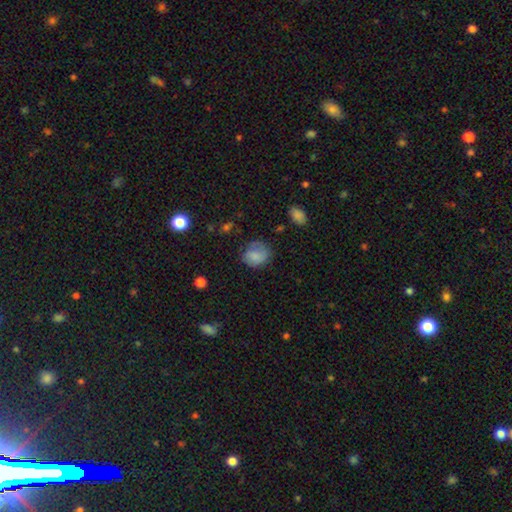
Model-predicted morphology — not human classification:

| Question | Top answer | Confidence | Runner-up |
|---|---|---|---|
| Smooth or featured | smooth | 76% | featured or disk (15%) |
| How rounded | round | 66% | in between (33%) |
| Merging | none | 58% | minor disturbance (27%) |